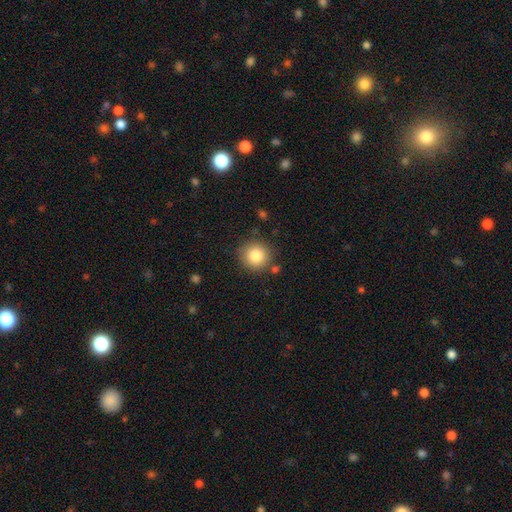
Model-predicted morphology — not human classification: A smooth galaxy with no disk features (84%) that is round (93%). Merging: none (85%).